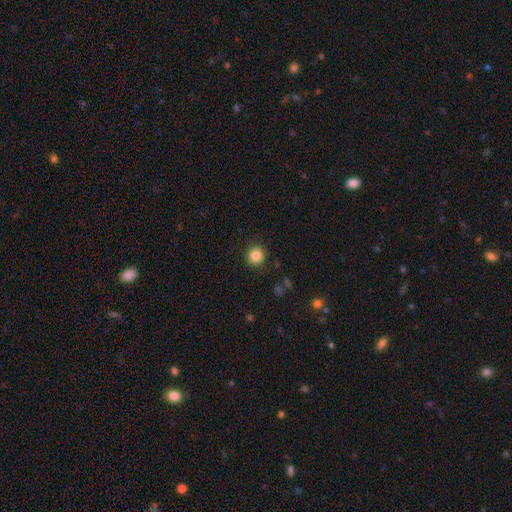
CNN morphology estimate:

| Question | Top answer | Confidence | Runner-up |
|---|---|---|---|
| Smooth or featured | smooth | 84% | star or artifact (11%) |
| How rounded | round | 92% | in between (7%) |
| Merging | none | 90% | minor disturbance (6%) |